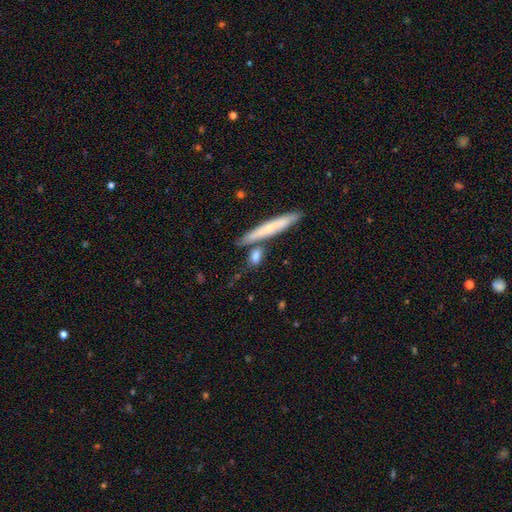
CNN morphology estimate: Smooth or featured? Predicted: smooth (p=0.72). How rounded? Predicted: cigar-shaped (p=0.46). Merging? Predicted: none (p=0.62).